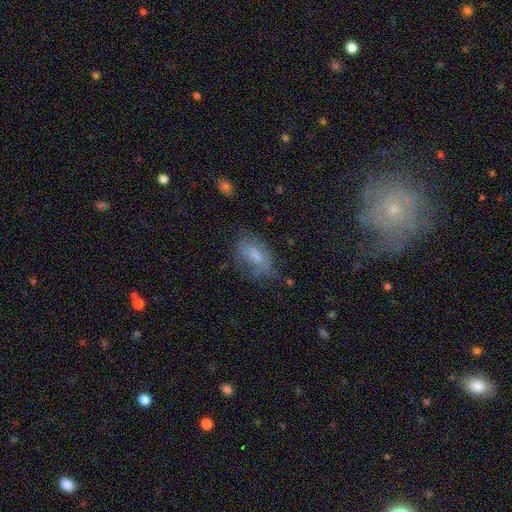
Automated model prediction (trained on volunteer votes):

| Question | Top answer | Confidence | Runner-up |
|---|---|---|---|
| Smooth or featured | smooth | 68% | featured or disk (22%) |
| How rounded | in between | 86% | cigar-shaped (9%) |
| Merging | none | 56% | minor disturbance (29%) |